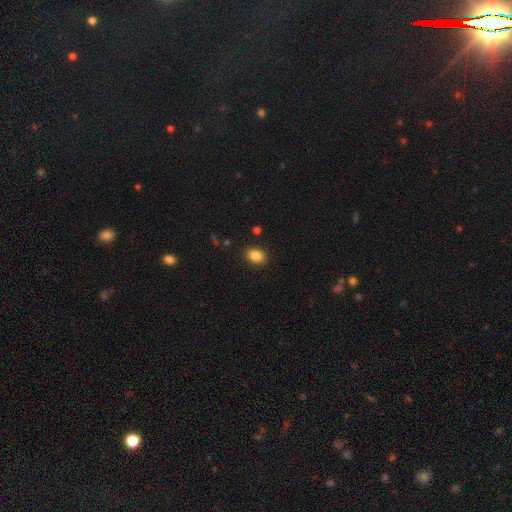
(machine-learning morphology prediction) A smooth galaxy with no disk features (86%) that is in between round and cigar-shaped (70%). Merging: none (89%).